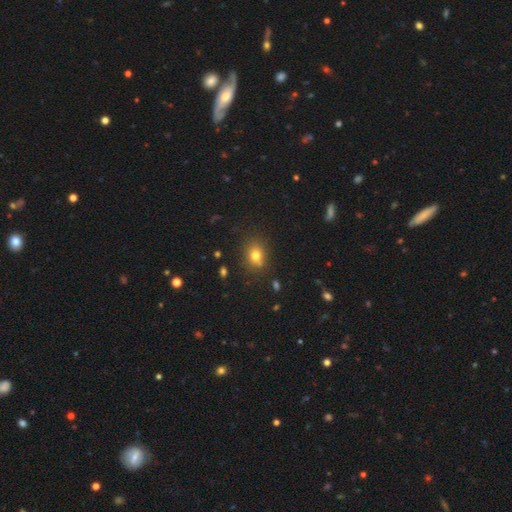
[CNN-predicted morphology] Smooth or featured? smooth (76%)
How rounded? round (54%)
Merging? none (77%)